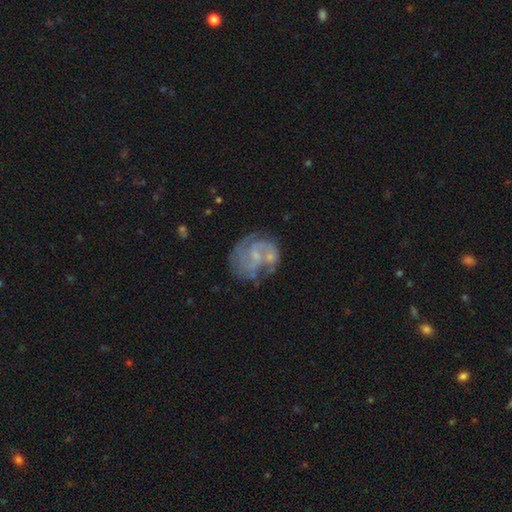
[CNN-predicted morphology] This appears to be a featured or disk galaxy (78%) with no bar (53%), 2 (45%) medium (44%) spiral arms (87%) and a small central bulge (63%). Merging: none (53%).